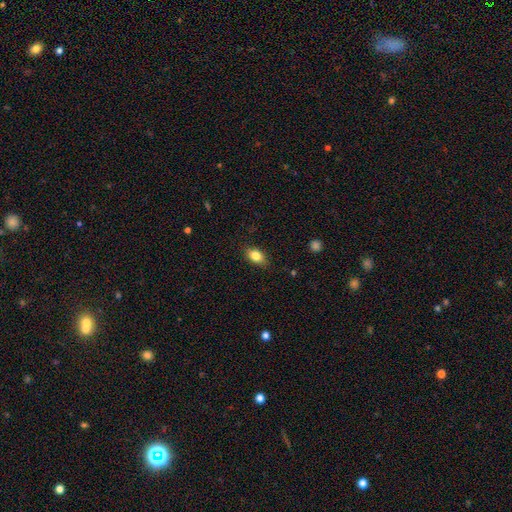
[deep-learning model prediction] Smooth or featured?
  - smooth: 83% *
  - featured or disk: 9%
  - star or artifact: 8%
How rounded?
  - in between: 84% *
  - round: 13%
  - cigar-shaped: 3%
Merging?
  - none: 84% *
  - minor disturbance: 12%
  - major disturbance: 2%
  - merger: 1%